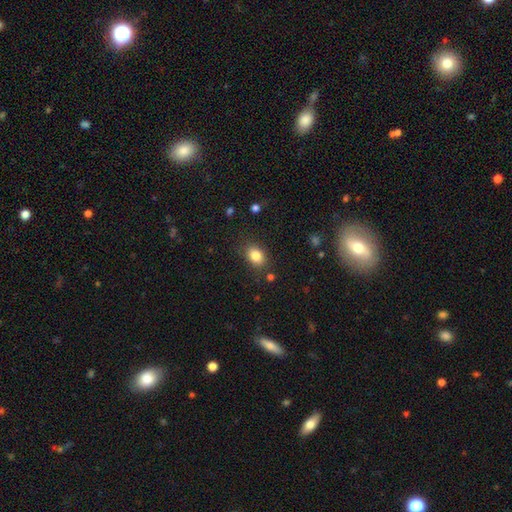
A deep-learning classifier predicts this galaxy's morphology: smooth 84%, star or artifact 10%, featured or disk 7%. Down the decision tree: how rounded — in between (72%); merging — none (83%).